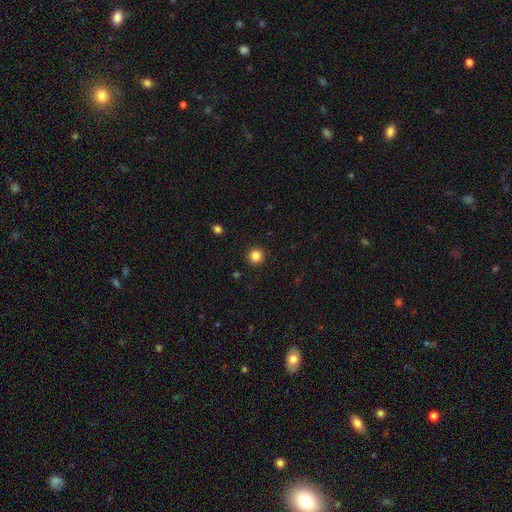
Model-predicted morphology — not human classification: Smooth or featured? smooth (85%)
How rounded? round (94%)
Merging? none (92%)